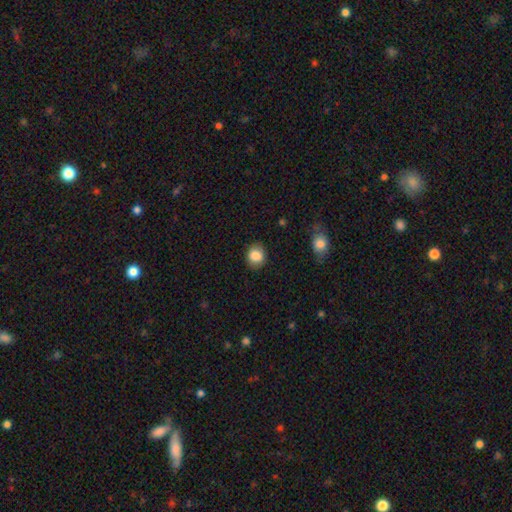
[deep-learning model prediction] Smooth or featured?
  - smooth: 85% *
  - star or artifact: 9%
  - featured or disk: 6%
How rounded?
  - round: 65% *
  - in between: 34%
  - cigar-shaped: 1%
Merging?
  - none: 87% *
  - minor disturbance: 9%
  - major disturbance: 2%
  - merger: 1%